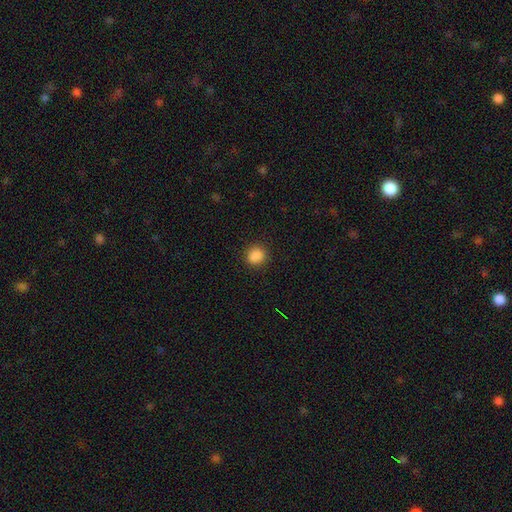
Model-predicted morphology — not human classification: smooth 87%, star or artifact 10%, featured or disk 3%. Down the decision tree: how rounded — round (74%); merging — none (87%).